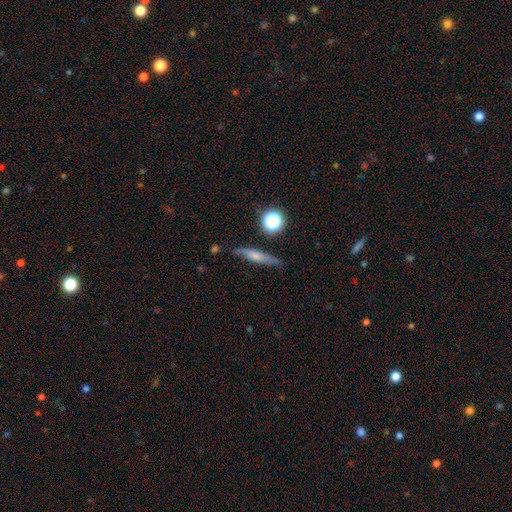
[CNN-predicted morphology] Smooth or featured? Predicted: smooth (p=0.57). How rounded? Predicted: cigar-shaped (p=0.77). Merging? Predicted: none (p=0.75).